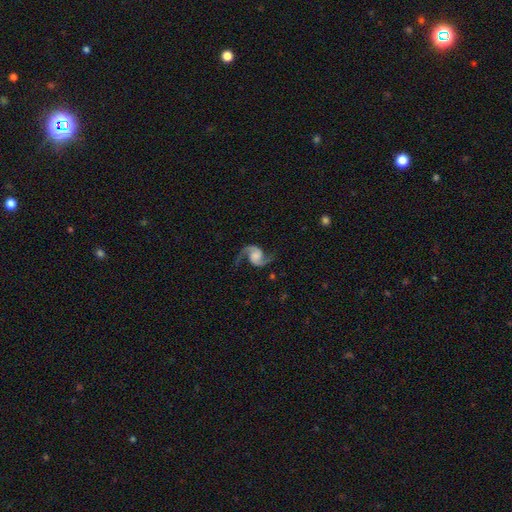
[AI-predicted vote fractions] Smooth or featured? featured or disk (91%)
Edge-on disk? no (98%)
Bar? no (61%)
Spiral arms? yes (98%)
Spiral winding? loose (58%)
Spiral arm count? 2 (95%)
Bulge size? none (35%)
Merging? none (80%)